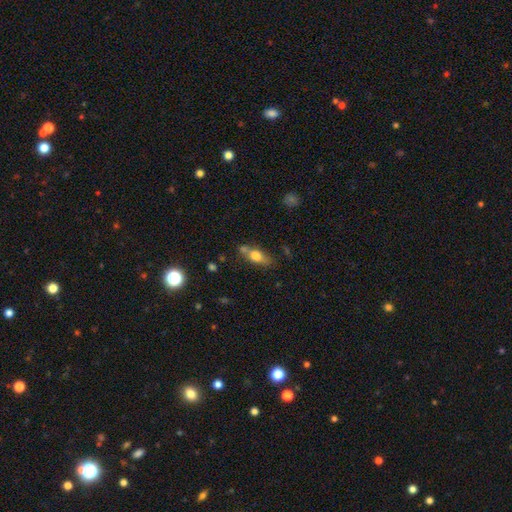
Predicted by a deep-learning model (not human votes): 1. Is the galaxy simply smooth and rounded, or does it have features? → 72% smooth, 20% featured or disk, 9% star or artifact.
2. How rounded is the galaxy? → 73% in between, 18% cigar-shaped, 9% round.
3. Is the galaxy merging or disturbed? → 54% none, 20% minor disturbance, 19% merger, 7% major disturbance.